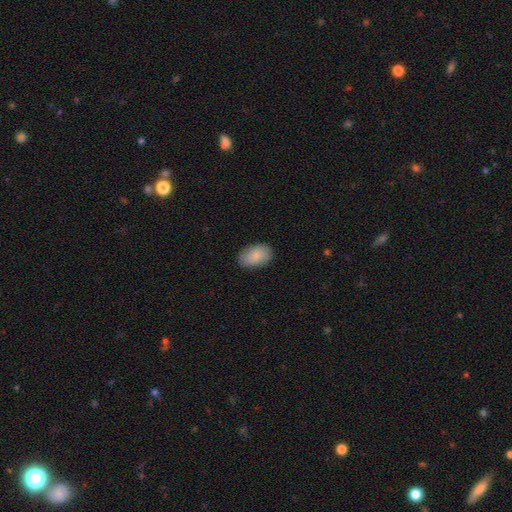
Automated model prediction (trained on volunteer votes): smooth_or_featured: smooth (p=0.87) [alt: featured or disk p=0.08]
how_rounded: in between (p=0.90) [alt: round p=0.09]
merging: none (p=0.86) [alt: minor disturbance p=0.11]